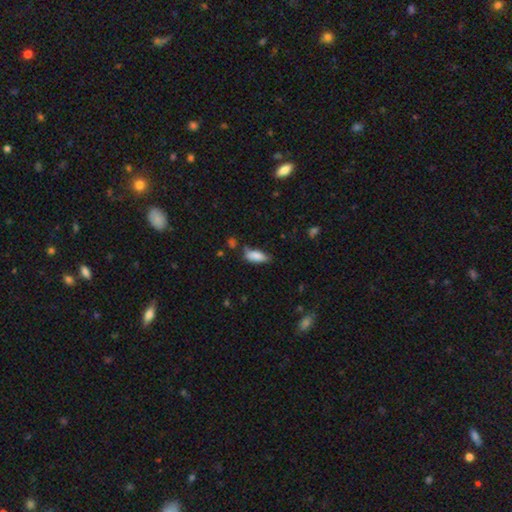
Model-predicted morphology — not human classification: smooth 82%, featured or disk 10%, star or artifact 7%. Down the decision tree: how rounded — in between (77%); merging — none (52%).